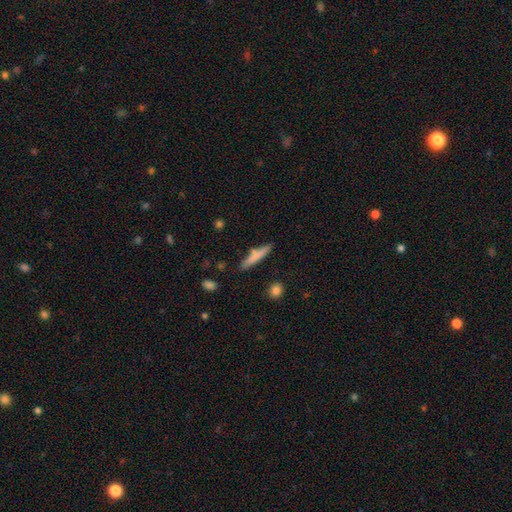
Volunteers were most divided on "smooth or featured": smooth: 69%, featured or disk: 25%, star or artifact: 6%. More confident: how rounded — cigar-shaped (88%); merging — none (85%).